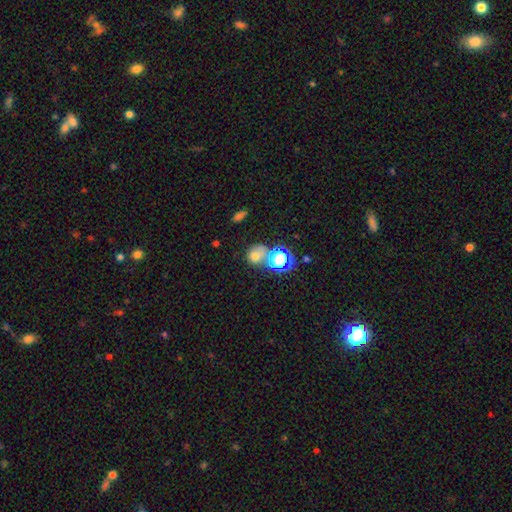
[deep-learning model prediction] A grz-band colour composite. It shows a smooth galaxy with no disk features (66%) that is round (73%). Merging: none (54%).